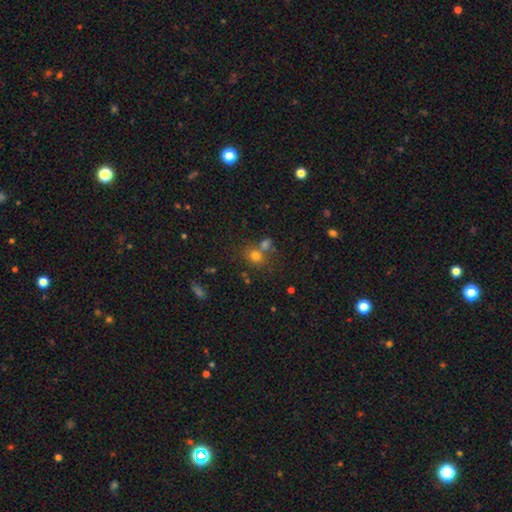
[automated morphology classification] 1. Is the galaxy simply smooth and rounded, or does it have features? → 72% smooth, 18% star or artifact, 10% featured or disk.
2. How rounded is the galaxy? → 65% round, 34% in between, 1% cigar-shaped.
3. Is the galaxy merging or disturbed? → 52% none, 33% merger, 10% minor disturbance, 4% major disturbance.